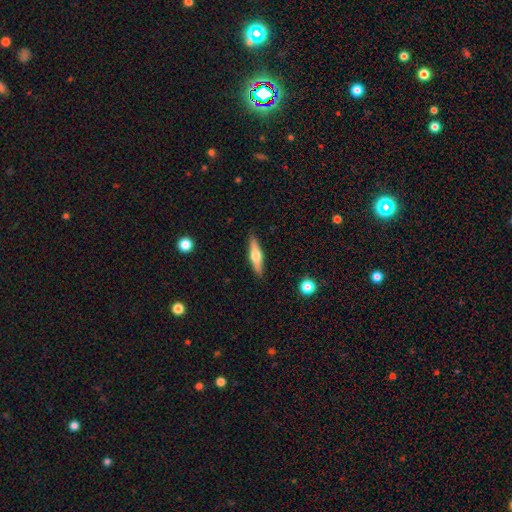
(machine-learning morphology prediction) A featured or disk galaxy (53%) viewed edge-on (94%).

Vote fractions:
- Smooth or featured? featured or disk: 53% / smooth: 41% / star or artifact: 6%
- Edge-on disk? yes: 94% / no: 6%
- Merging? none: 89% / minor disturbance: 8% / major disturbance: 2% / merger: 1%